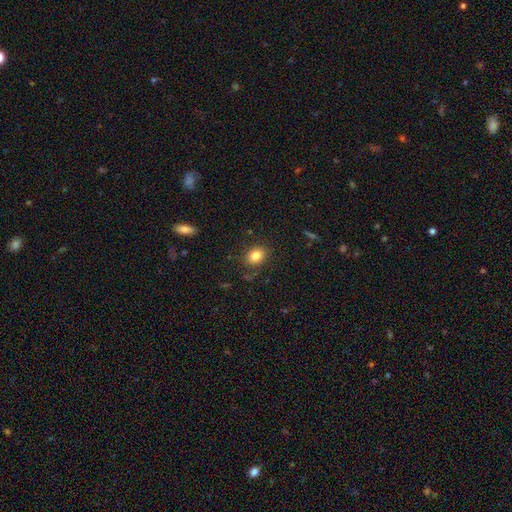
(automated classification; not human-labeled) Smooth or featured: smooth — 83% (star or artifact — 10%)
How rounded: in between — 58% (round — 41%)
Merging: none — 84% (minor disturbance — 11%)